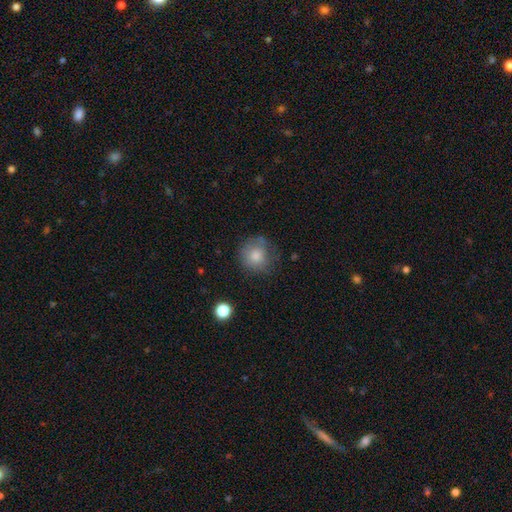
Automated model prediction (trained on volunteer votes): smooth_or_featured: smooth (p=0.78) [alt: featured or disk p=0.13]
how_rounded: round (p=0.88) [alt: in between p=0.11]
merging: none (p=0.63) [alt: minor disturbance p=0.25]